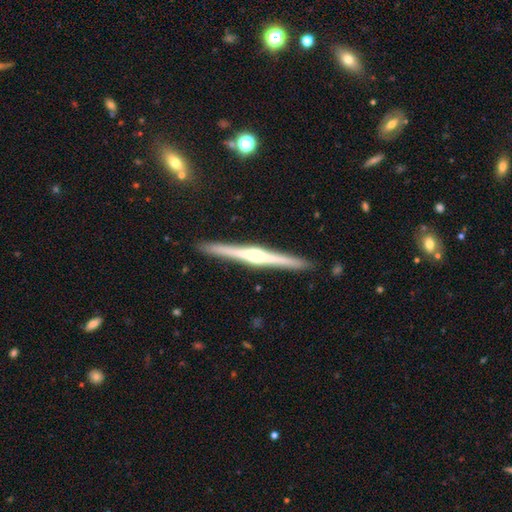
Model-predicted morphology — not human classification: This is clearly a featured or disk galaxy (82%). It is clearly viewed edge-on (99%). Edge-on bulge: likely rounded (80%). Merging: clearly none (92%).